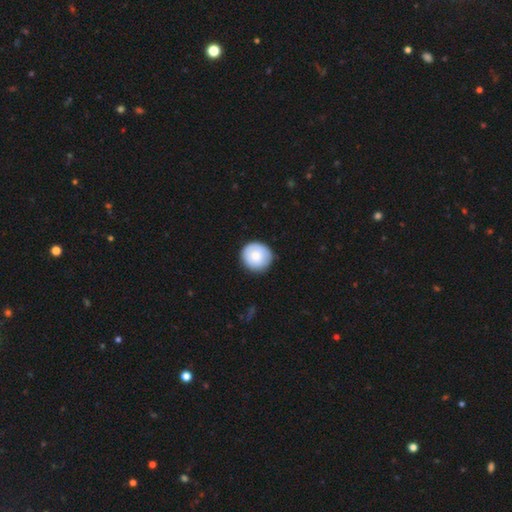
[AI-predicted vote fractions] Smooth or featured? Predicted: smooth (p=0.73). How rounded? Predicted: round (p=0.93). Merging? Predicted: none (p=0.86).